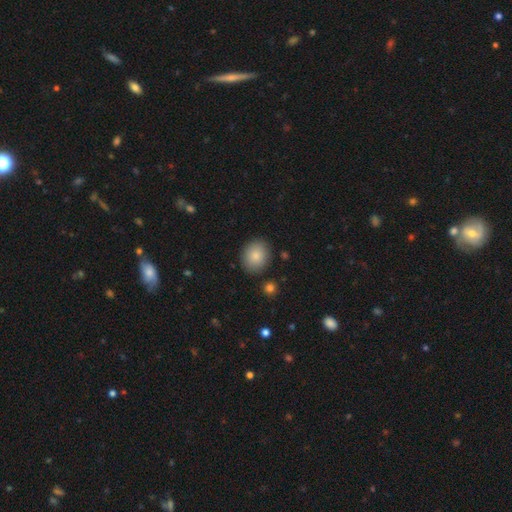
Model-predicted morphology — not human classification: A smooth galaxy with no disk features (86%) that is round (59%). Merging: none (86%).